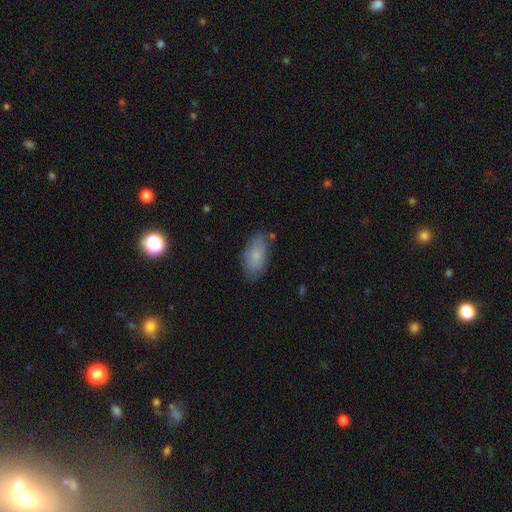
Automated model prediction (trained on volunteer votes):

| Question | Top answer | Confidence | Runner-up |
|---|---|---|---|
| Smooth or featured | smooth | 80% | featured or disk (14%) |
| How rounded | in between | 91% | cigar-shaped (7%) |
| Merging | none | 75% | minor disturbance (19%) |